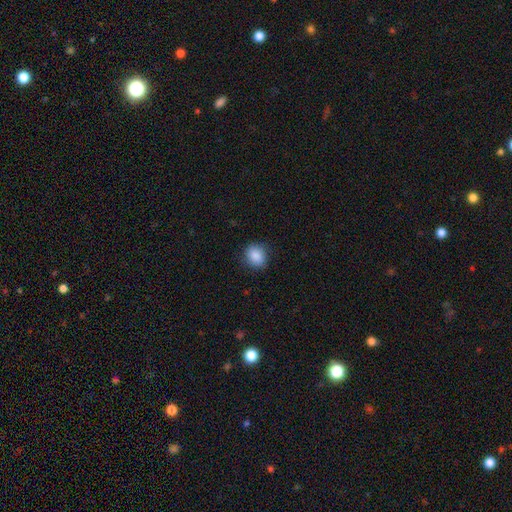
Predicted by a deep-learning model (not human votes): Smooth or featured: smooth — 87% (star or artifact — 8%)
How rounded: round — 62% (in between — 36%)
Merging: none — 83% (minor disturbance — 13%)